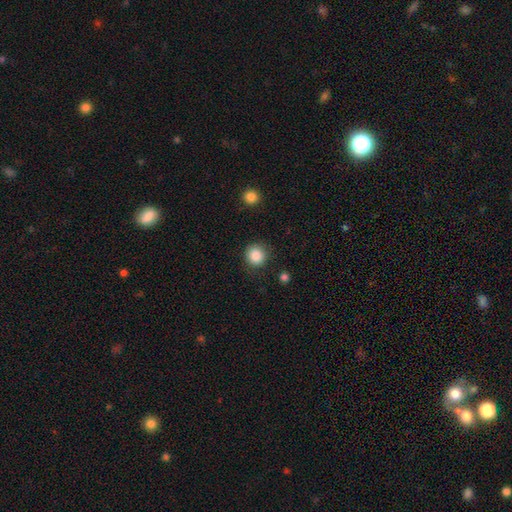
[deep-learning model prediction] A smooth galaxy with no disk features (88%) that is round (92%).

Vote fractions:
- Smooth or featured? smooth: 88% / star or artifact: 9% / featured or disk: 3%
- How rounded? round: 92% / in between: 7% / cigar-shaped: 1%
- Merging? none: 87% / minor disturbance: 9% / major disturbance: 3% / merger: 2%